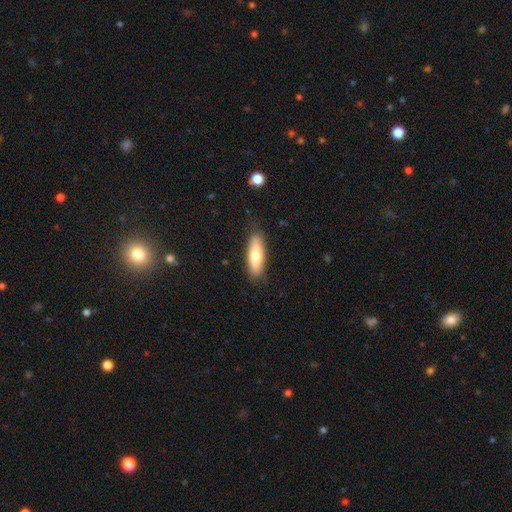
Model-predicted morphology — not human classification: smooth 68%, featured or disk 26%, star or artifact 6%. Down the decision tree: how rounded — cigar-shaped (56%); merging — none (82%).